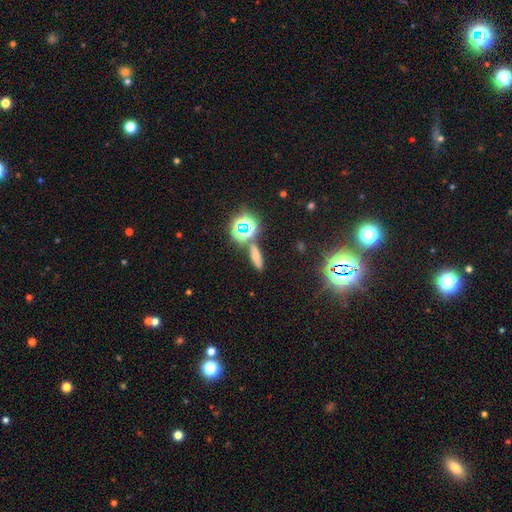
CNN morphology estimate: Smooth or featured?
  - smooth: 58% *
  - star or artifact: 28%
  - featured or disk: 14%
How rounded?
  - cigar-shaped: 50% *
  - in between: 38%
  - round: 12%
Merging?
  - none: 77% *
  - minor disturbance: 10%
  - merger: 9%
  - major disturbance: 4%